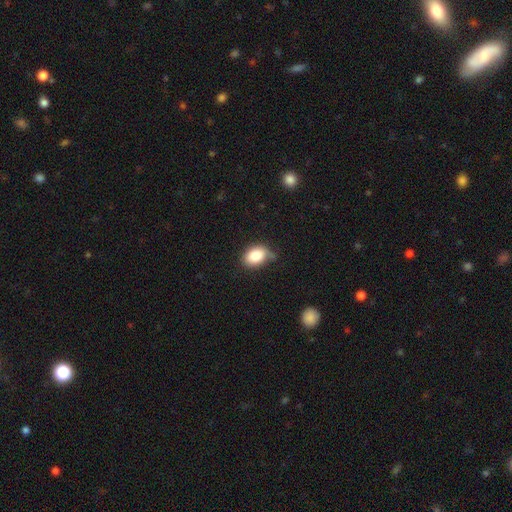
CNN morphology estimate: type=smooth (83%); roundness=in between (78%); merging=none (60%).